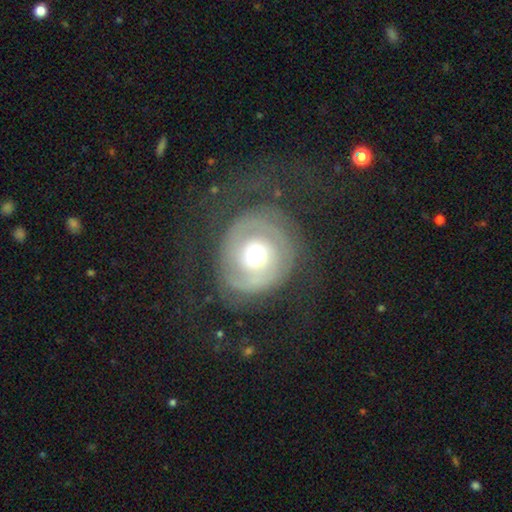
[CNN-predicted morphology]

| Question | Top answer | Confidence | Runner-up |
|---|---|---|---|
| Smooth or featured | featured or disk | 66% | smooth (26%) |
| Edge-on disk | no | 97% | yes (3%) |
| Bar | no | 80% | weak (15%) |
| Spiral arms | yes | 71% | no (29%) |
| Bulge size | moderate | 61% | large (23%) |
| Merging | none | 59% | major disturbance (22%) |